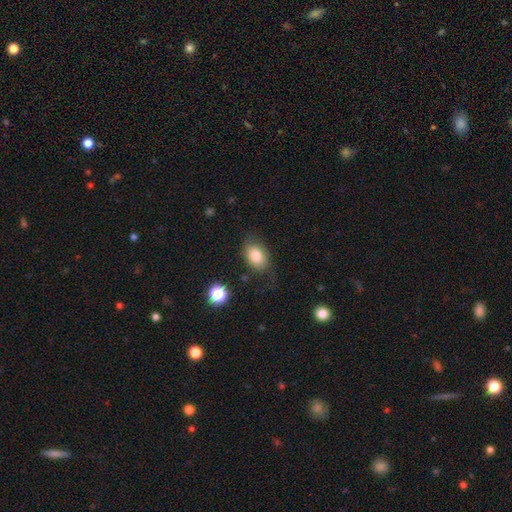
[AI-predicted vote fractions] Overall: smooth (80%). How rounded: in between (82%). Merging: none (69%).